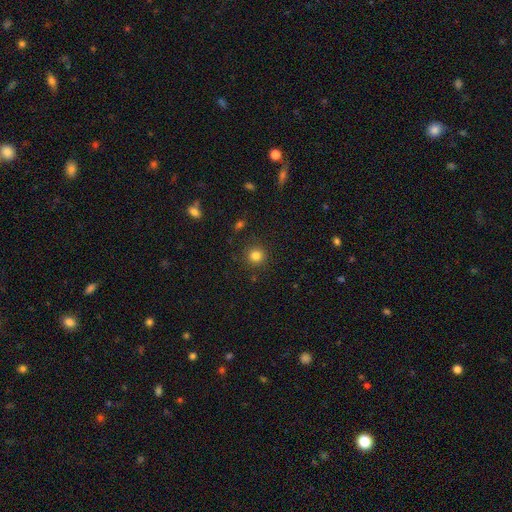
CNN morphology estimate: Overall: smooth (82%). How rounded: round (93%). Merging: none (89%).